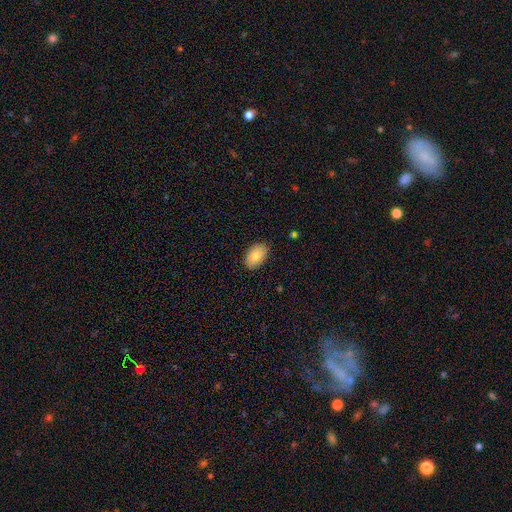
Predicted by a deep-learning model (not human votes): A smooth galaxy with no disk features (82%) that is in between round and cigar-shaped (90%). Merging: none (84%).